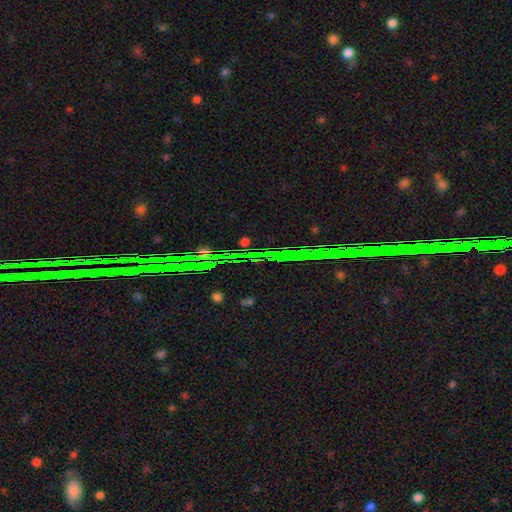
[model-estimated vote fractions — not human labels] Smooth or featured?
  - star or artifact: 79% *
  - featured or disk: 11%
  - smooth: 10%